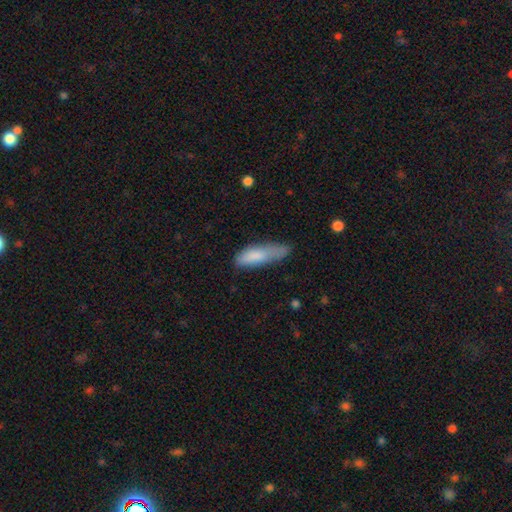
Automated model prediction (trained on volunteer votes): smooth_or_featured: smooth (p=0.82) [alt: featured or disk p=0.12]
how_rounded: cigar-shaped (p=0.56) [alt: in between p=0.42]
merging: none (p=0.45) [alt: minor disturbance p=0.37]